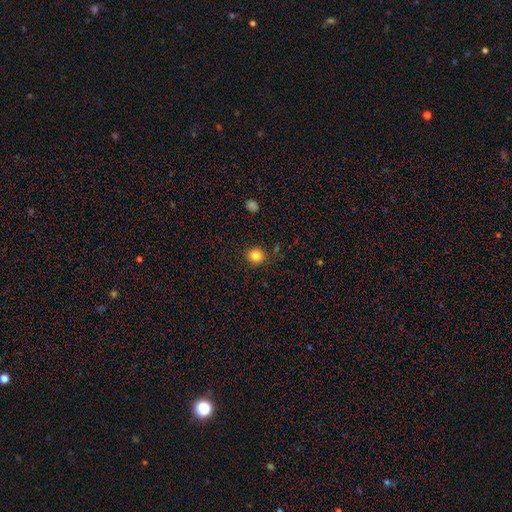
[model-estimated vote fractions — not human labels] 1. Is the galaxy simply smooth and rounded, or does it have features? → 83% smooth, 12% star or artifact, 5% featured or disk.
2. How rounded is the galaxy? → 84% round, 15% in between, 1% cigar-shaped.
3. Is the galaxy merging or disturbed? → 88% none, 8% minor disturbance, 2% major disturbance, 2% merger.